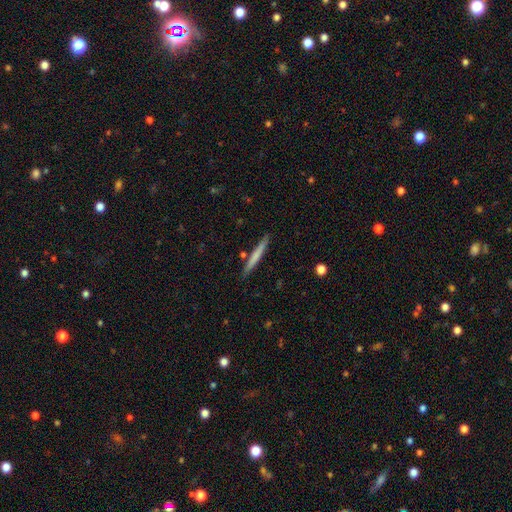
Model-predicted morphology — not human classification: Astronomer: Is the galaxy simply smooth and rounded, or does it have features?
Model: smooth — 66%.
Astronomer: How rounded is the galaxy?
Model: cigar-shaped — 97%.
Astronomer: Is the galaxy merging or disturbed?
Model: none — 88%.